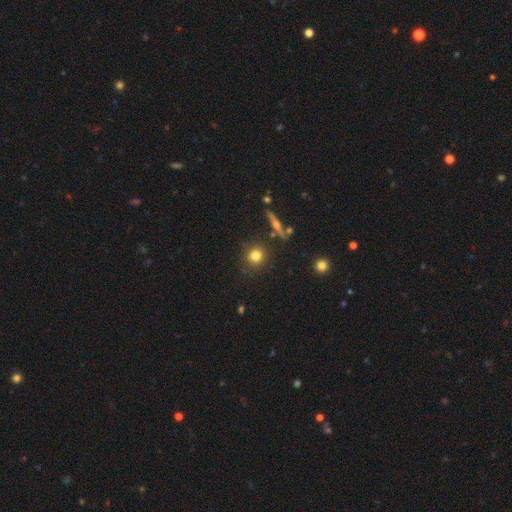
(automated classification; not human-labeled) Smooth or featured: smooth — 79% (star or artifact — 11%)
How rounded: round — 86% (in between — 12%)
Merging: none — 84% (minor disturbance — 9%)